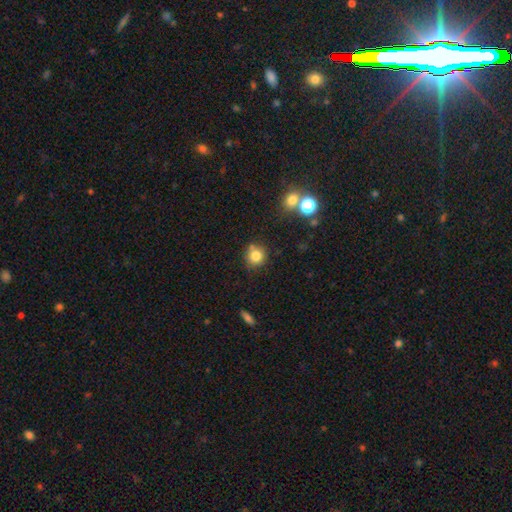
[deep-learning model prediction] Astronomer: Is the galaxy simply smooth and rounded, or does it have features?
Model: smooth — 81%.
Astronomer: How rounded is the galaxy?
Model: round — 89%.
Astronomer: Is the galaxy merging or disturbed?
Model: none — 73%.